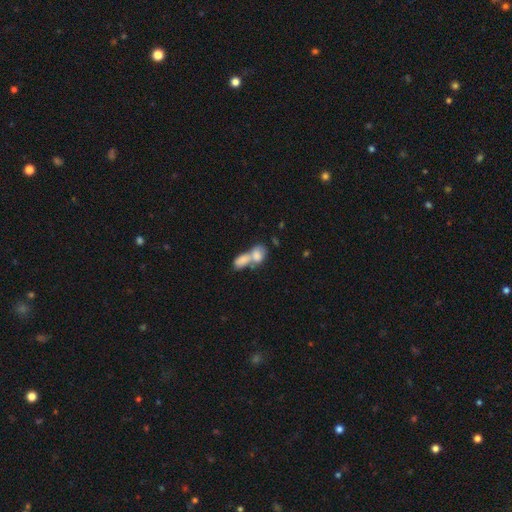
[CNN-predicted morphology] The model was most divided on "smooth or featured": smooth: 77%, featured or disk: 15%, star or artifact: 8%. More confident: how rounded — in between (83%); merging — merger (76%).